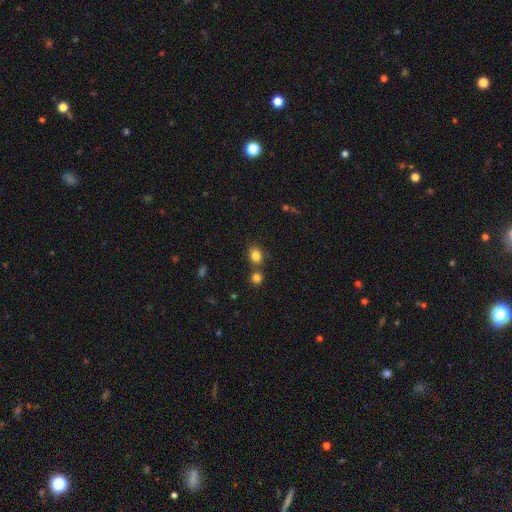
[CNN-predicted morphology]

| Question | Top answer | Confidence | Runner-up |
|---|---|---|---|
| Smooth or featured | smooth | 83% | star or artifact (12%) |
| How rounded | round | 55% | in between (44%) |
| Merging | none | 67% | merger (21%) |